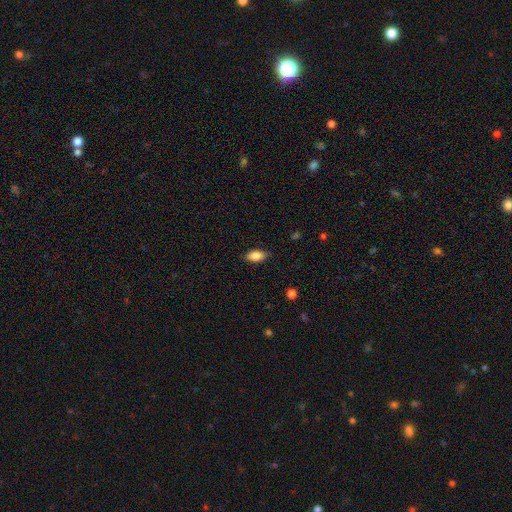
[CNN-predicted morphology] Smooth or featured: smooth — 84% (featured or disk — 9%)
How rounded: in between — 89% (cigar-shaped — 6%)
Merging: none — 85% (minor disturbance — 12%)